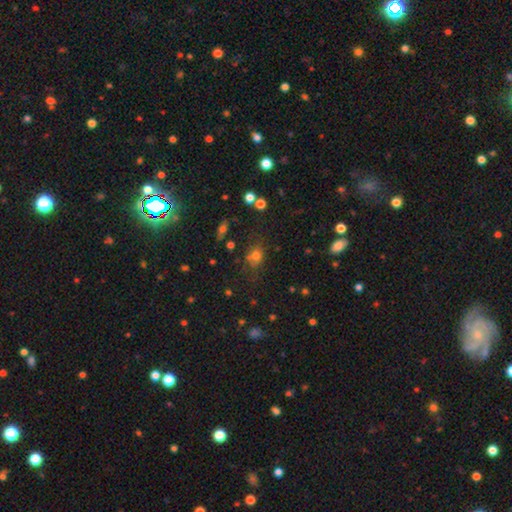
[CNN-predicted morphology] Overall: smooth (68%). How rounded: round (57%; in between 42%). Merging: none (61%).